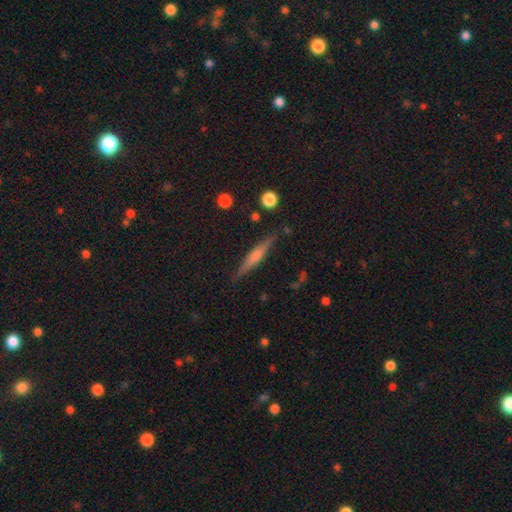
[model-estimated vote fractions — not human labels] A featured or disk galaxy (57%) viewed edge-on (97%) with a rounded central bulge (60%). Merging: none (87%).